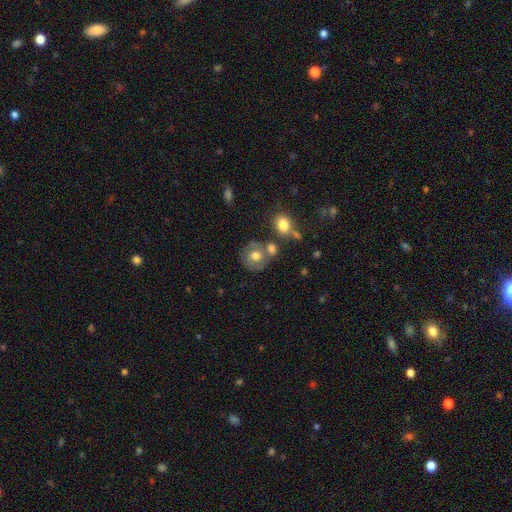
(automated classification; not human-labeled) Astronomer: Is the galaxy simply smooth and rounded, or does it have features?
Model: smooth — 57% (runner-up: featured or disk, 33%).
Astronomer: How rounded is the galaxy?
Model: round — 84%.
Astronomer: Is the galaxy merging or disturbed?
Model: none — 59%.